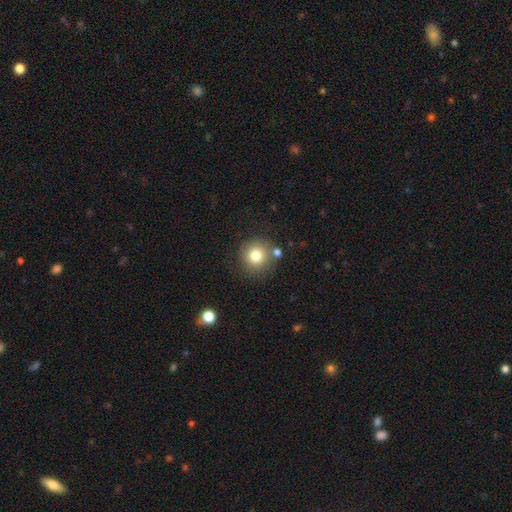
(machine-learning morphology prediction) A smooth galaxy with no disk features (79%) that is round (94%).

Vote fractions:
- Smooth or featured? smooth: 79% / star or artifact: 12% / featured or disk: 10%
- How rounded? round: 94% / in between: 5% / cigar-shaped: 1%
- Merging? none: 79% / minor disturbance: 10% / merger: 8% / major disturbance: 4%